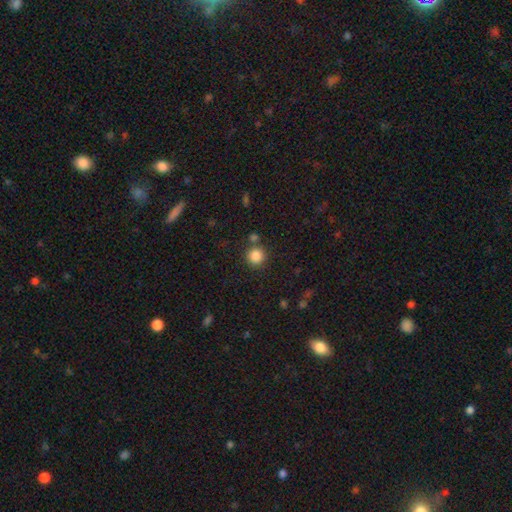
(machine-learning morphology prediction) This appears to be a smooth galaxy with no disk features (85%) that is round (94%). Merging: none (80%).